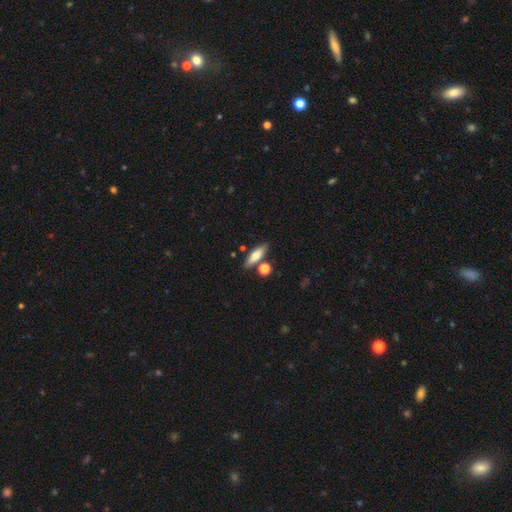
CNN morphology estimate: Smooth or featured? smooth (72%)
How rounded? cigar-shaped (49%)
Merging? none (77%)